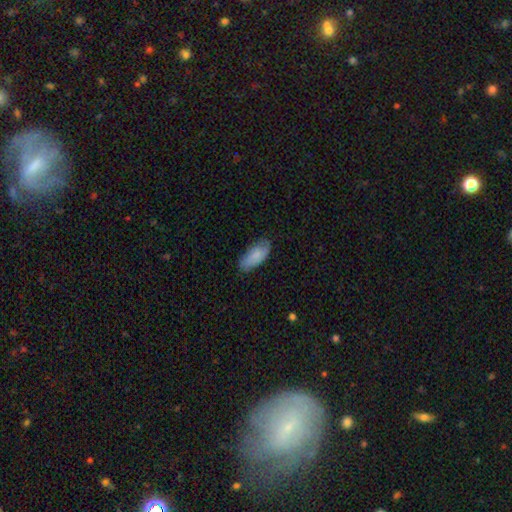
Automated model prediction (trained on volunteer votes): smooth_or_featured: smooth (p=0.76) [alt: featured or disk p=0.17]
how_rounded: in between (p=0.90) [alt: cigar-shaped p=0.08]
merging: none (p=0.71) [alt: minor disturbance p=0.23]